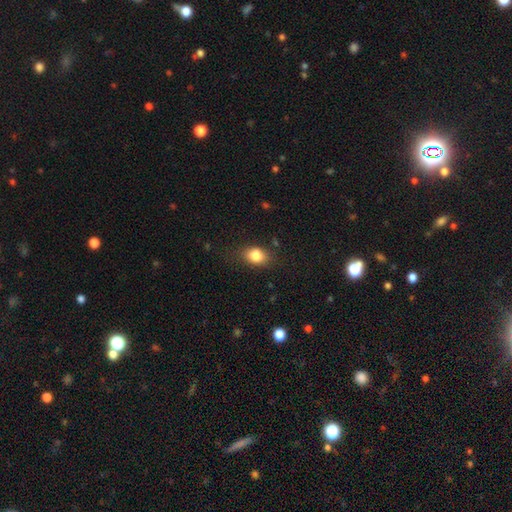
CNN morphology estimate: Smooth or featured? smooth (83%)
How rounded? in between (67%)
Merging? none (77%)